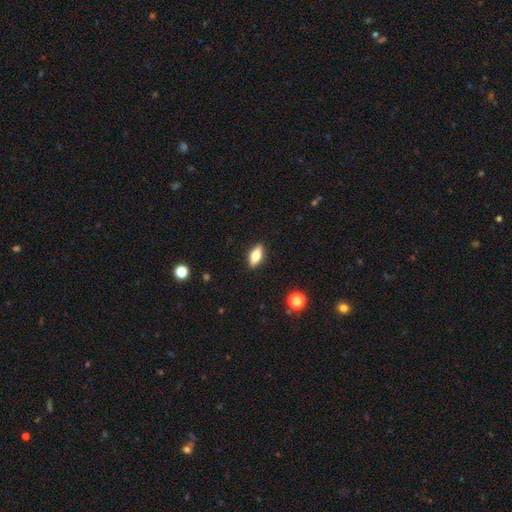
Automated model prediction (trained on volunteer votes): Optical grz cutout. It shows a smooth galaxy with no disk features (61%) that is in between round and cigar-shaped (75%). Merging: none (89%).